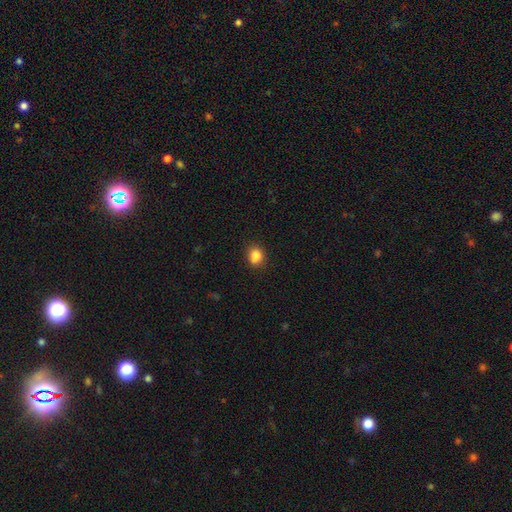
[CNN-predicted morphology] smooth-or-featured: smooth: 82% | star or artifact: 11% | featured or disk: 8%
  how-rounded: round: 63% | in between: 36% | cigar-shaped: 1%
  merging: none: 68% | minor disturbance: 17% | merger: 11% | major disturbance: 4%